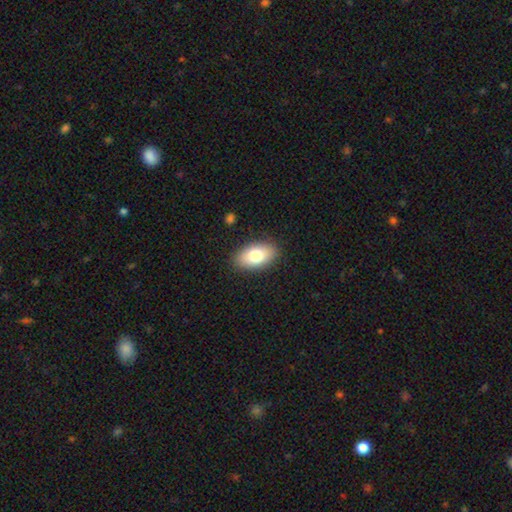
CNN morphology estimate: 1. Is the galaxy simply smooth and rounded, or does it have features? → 78% smooth, 14% featured or disk, 7% star or artifact.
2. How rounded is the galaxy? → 93% in between, 5% round, 2% cigar-shaped.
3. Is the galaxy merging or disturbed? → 87% none, 9% minor disturbance, 2% major disturbance, 1% merger.